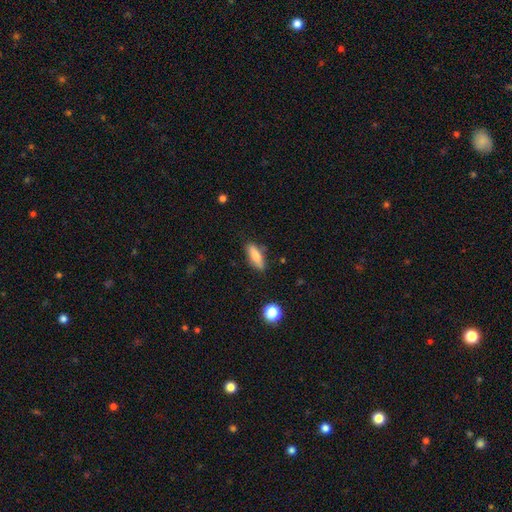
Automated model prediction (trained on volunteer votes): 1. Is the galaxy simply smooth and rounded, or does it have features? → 76% smooth, 16% featured or disk, 7% star or artifact.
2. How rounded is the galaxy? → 52% in between, 46% cigar-shaped, 3% round.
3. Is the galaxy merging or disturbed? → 81% none, 14% minor disturbance, 3% major disturbance, 2% merger.